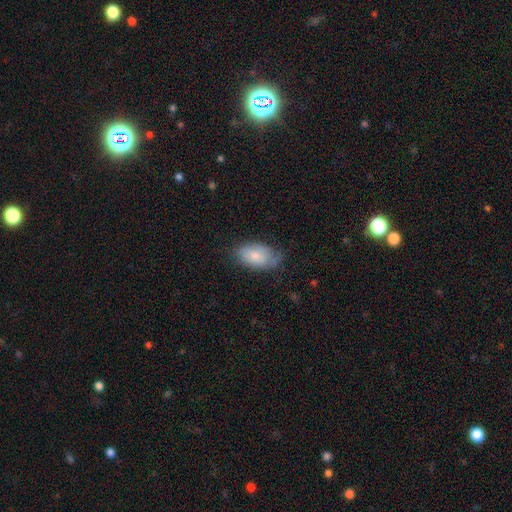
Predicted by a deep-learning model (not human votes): Overall: smooth (76%). How rounded: in between (93%). Merging: none (59%; minor disturbance 32%).